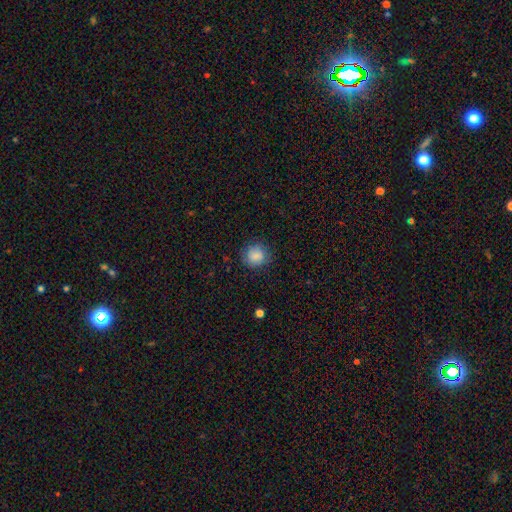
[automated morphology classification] smooth-or-featured: smooth: 83% | featured or disk: 9% | star or artifact: 8%
  how-rounded: round: 85% | in between: 14% | cigar-shaped: 1%
  merging: none: 82% | minor disturbance: 13% | major disturbance: 4% | merger: 1%